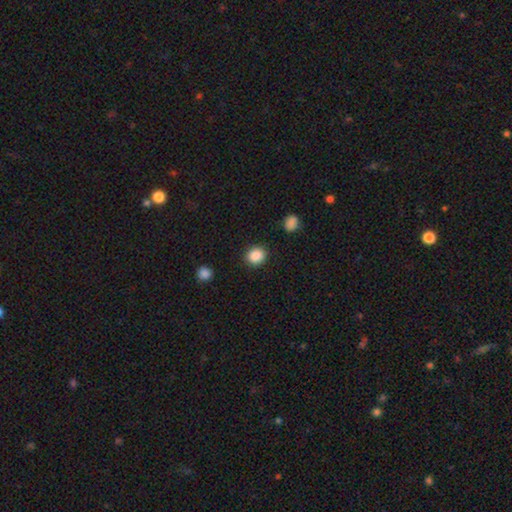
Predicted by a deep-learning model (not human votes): Smooth or featured?
  - smooth: 88% *
  - star or artifact: 9%
  - featured or disk: 3%
How rounded?
  - round: 77% *
  - in between: 23%
  - cigar-shaped: 1%
Merging?
  - none: 88% *
  - minor disturbance: 8%
  - major disturbance: 3%
  - merger: 2%